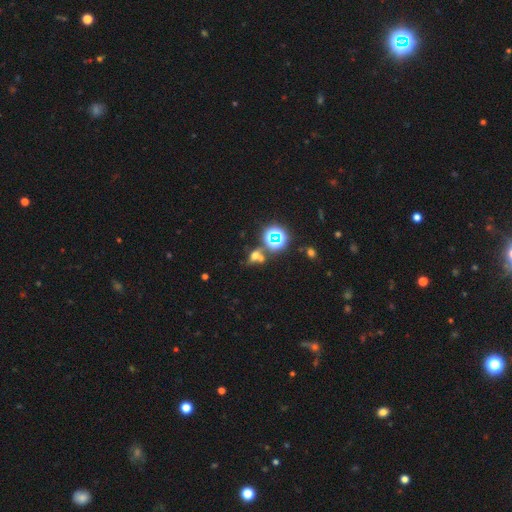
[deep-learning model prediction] The model was most divided on "smooth or featured": smooth: 42%, star or artifact: 41%, featured or disk: 17%. Remaining: merging — none (50%).